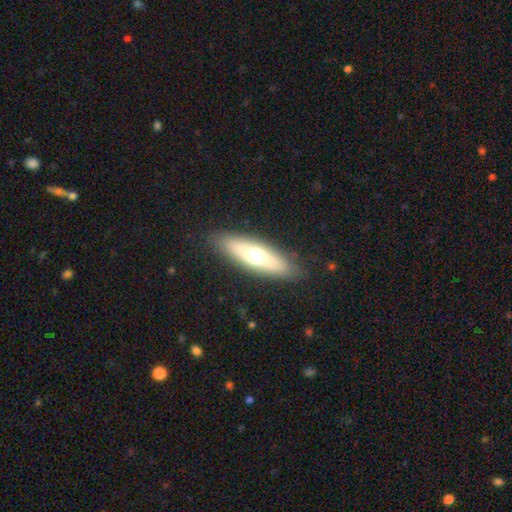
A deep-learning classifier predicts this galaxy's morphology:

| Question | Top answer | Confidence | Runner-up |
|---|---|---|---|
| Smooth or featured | smooth | 57% | featured or disk (36%) |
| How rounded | cigar-shaped | 49% | in between (48%) |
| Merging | none | 86% | minor disturbance (10%) |